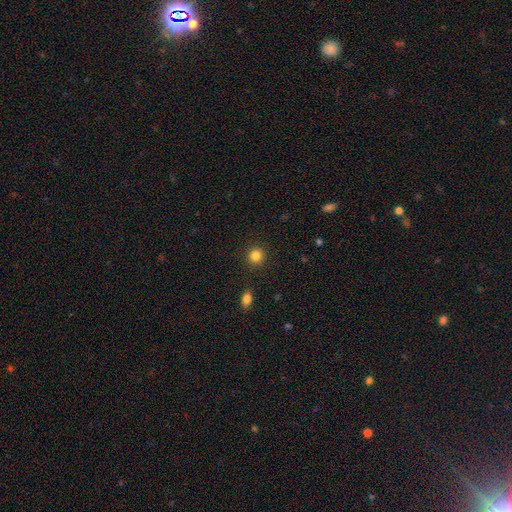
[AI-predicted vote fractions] This appears to be a smooth galaxy with no disk features (84%) that is round (91%). Merging: none (91%).